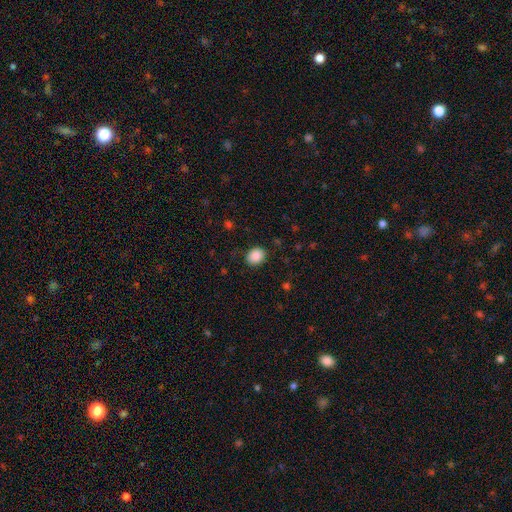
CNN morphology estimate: A smooth galaxy with no disk features (89%) that is in between round and cigar-shaped (51%). Merging: none (85%).